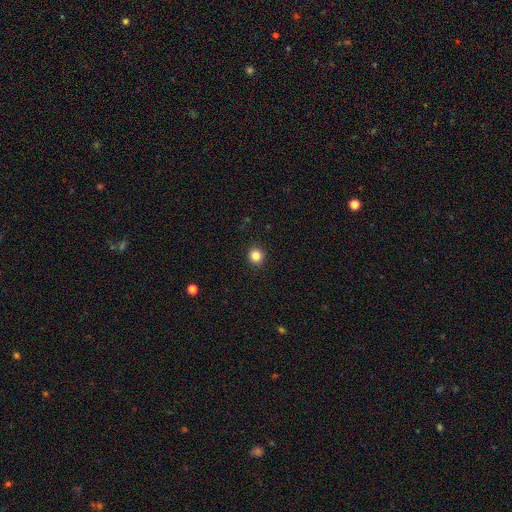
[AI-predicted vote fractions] Q: Smooth or featured?
A: smooth (84%); runner-up: star or artifact (11%)
Q: How rounded?
A: round (92%); runner-up: in between (7%)
Q: Merging?
A: none (93%); runner-up: minor disturbance (5%)